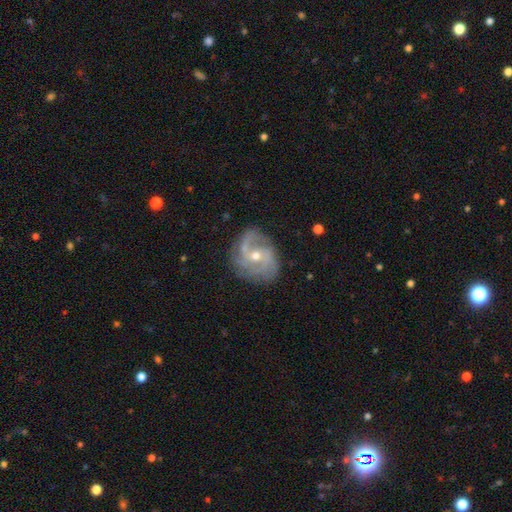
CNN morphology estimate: Q: Smooth or featured?
A: featured or disk (86%); runner-up: smooth (8%)
Q: Edge-on disk?
A: no (98%); runner-up: yes (2%)
Q: Bar?
A: no (55%); runner-up: weak (36%)
Q: Spiral arms?
A: yes (96%); runner-up: no (4%)
Q: Spiral winding?
A: medium (44%); runner-up: tight (31%)
Q: Spiral arm count?
A: 2 (35%); runner-up: 3 (28%)
Q: Bulge size?
A: moderate (50%); runner-up: small (47%)
Q: Merging?
A: none (72%); runner-up: minor disturbance (18%)